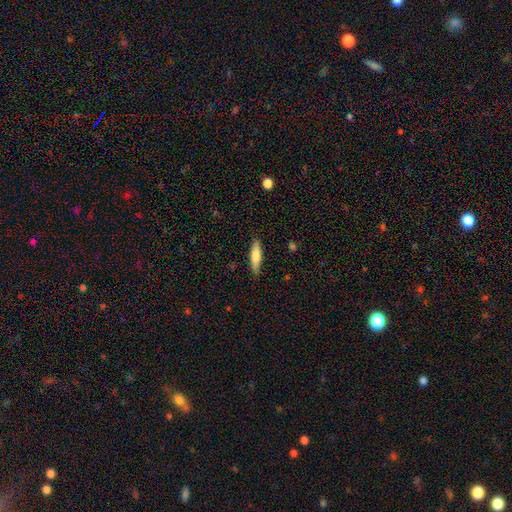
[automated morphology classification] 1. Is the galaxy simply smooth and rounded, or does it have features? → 73% smooth, 21% featured or disk, 6% star or artifact.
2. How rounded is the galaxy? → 75% cigar-shaped, 24% in between, 2% round.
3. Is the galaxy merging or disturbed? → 87% none, 10% minor disturbance, 2% major disturbance, 1% merger.